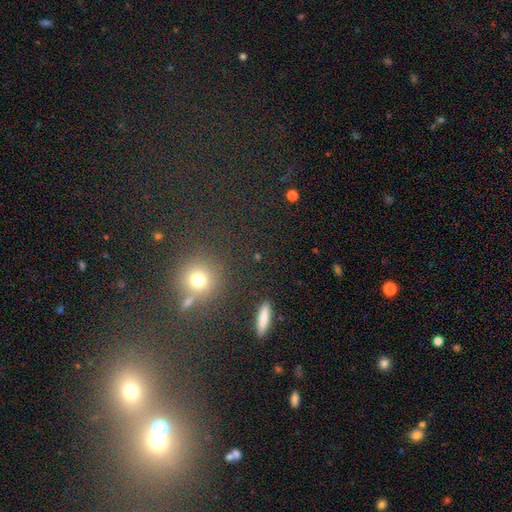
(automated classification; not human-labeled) Smooth or featured? smooth (52%)
How rounded? round (84%)
Merging? none (79%)